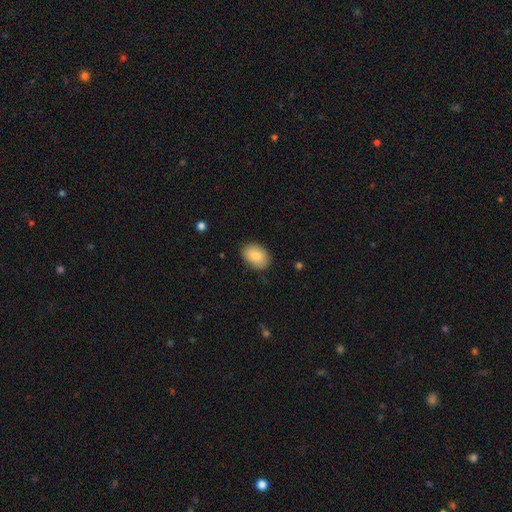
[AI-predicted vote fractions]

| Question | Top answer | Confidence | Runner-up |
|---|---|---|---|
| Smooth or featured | smooth | 85% | featured or disk (8%) |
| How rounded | in between | 83% | round (16%) |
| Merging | none | 86% | minor disturbance (11%) |